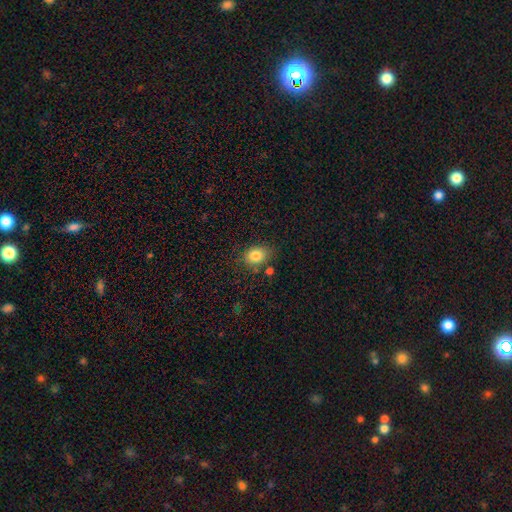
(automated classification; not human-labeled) Smooth or featured? smooth (82%)
How rounded? in between (61%)
Merging? none (72%)